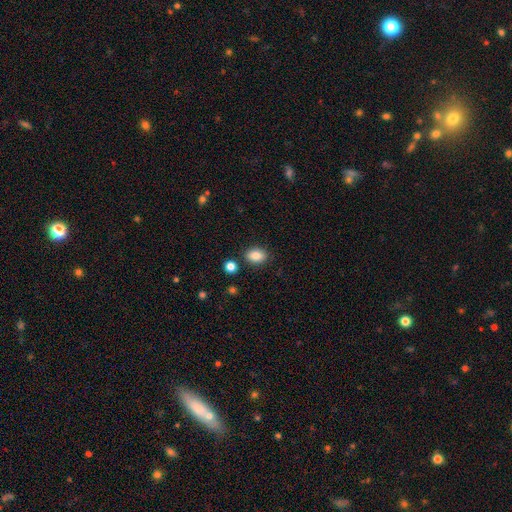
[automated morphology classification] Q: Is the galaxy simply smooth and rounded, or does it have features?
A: smooth — 85%.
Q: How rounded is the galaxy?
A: in between — 70%.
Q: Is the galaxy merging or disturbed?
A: none — 85%.